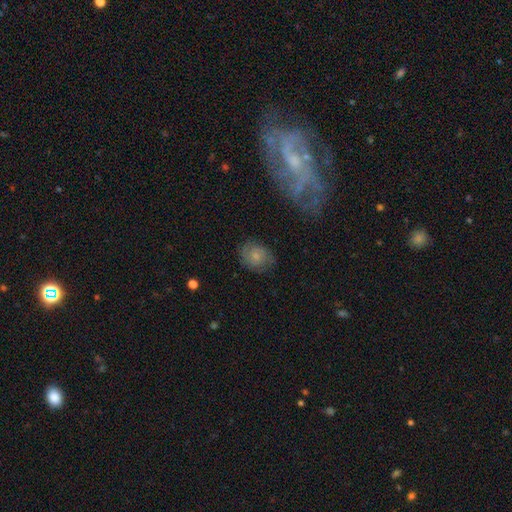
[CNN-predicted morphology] This is possibly a smooth galaxy (51%). How rounded: possibly round (57%). Merging: likely none (76%).